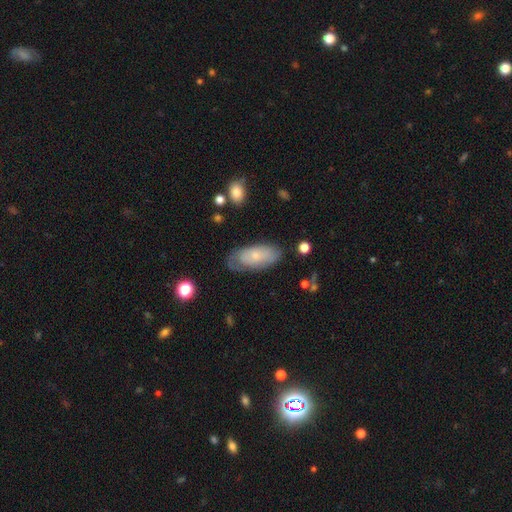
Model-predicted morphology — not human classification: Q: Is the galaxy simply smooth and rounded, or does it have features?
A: smooth — 54%.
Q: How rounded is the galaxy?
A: in between — 87%.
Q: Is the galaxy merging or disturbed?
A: none — 61%.